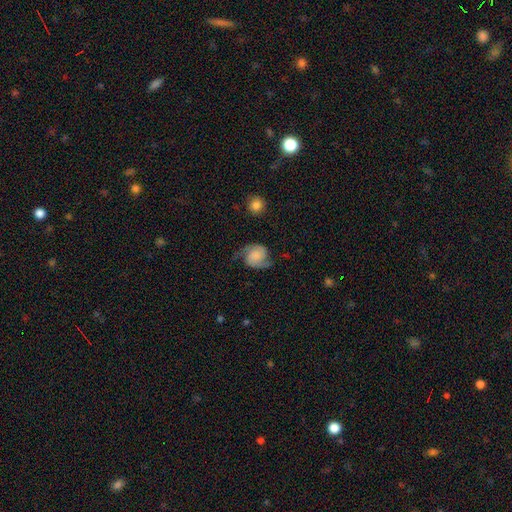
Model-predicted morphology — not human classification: A featured or disk galaxy (79%) with no bar (68%), 2 (92%) medium (48%) spiral arms (96%) and no central bulge (45%). Merging: none (71%).